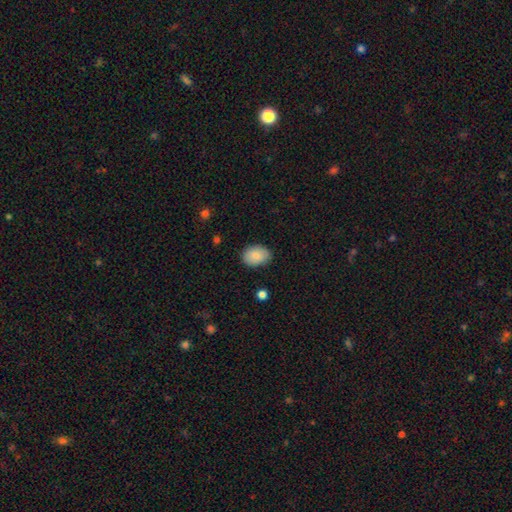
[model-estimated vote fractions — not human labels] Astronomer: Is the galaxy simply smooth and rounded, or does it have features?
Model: smooth — 86%.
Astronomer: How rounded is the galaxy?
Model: in between — 78%.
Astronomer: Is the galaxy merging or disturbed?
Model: none — 84%.